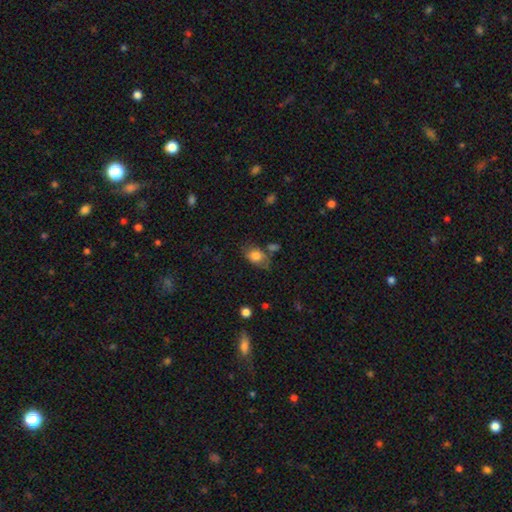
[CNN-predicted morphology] Overall: smooth (76%). How rounded: in between (79%). Merging: none (54%; minor disturbance 26%).